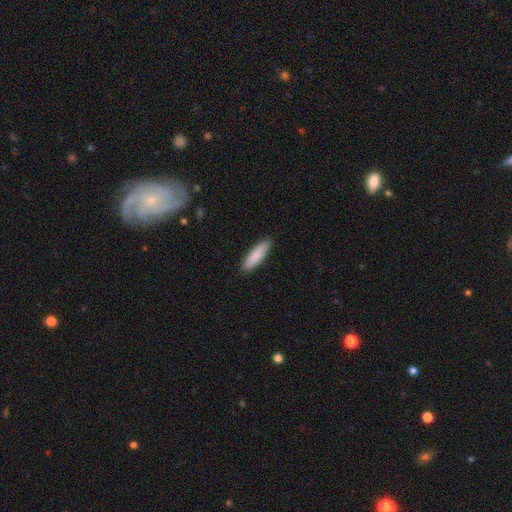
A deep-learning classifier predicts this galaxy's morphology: A smooth galaxy with no disk features (87%) that is cigar-shaped (64%).

Vote fractions:
- Smooth or featured? smooth: 87% / featured or disk: 7% / star or artifact: 5%
- How rounded? cigar-shaped: 64% / in between: 35% / round: 1%
- Merging? none: 90% / minor disturbance: 8% / major disturbance: 2% / merger: 1%